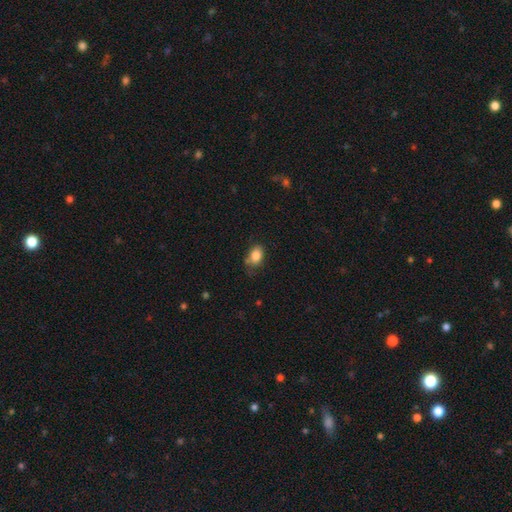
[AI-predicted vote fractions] Smooth or featured? smooth (85%)
How rounded? in between (83%)
Merging? none (63%)